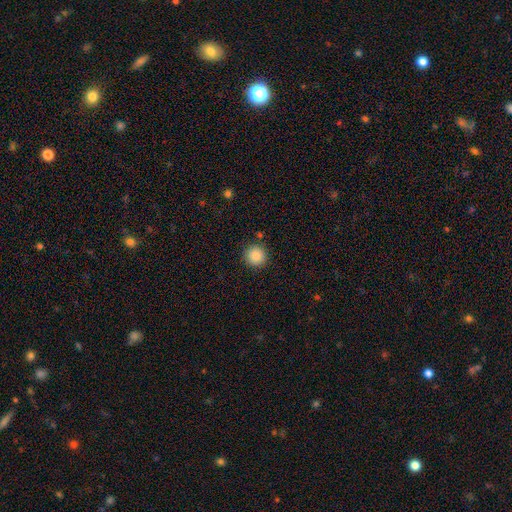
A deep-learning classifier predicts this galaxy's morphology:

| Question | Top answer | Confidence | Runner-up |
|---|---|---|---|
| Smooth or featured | smooth | 88% | star or artifact (9%) |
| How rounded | round | 94% | in between (5%) |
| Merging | none | 89% | minor disturbance (7%) |